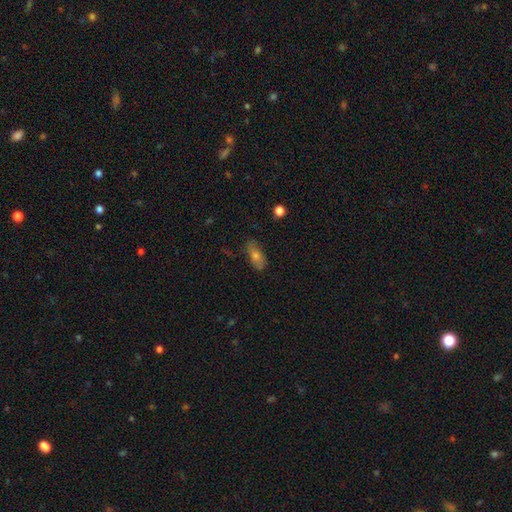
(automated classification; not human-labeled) This appears to be a smooth galaxy with no disk features (63%) that is in between round and cigar-shaped (74%). Merging: none (77%).